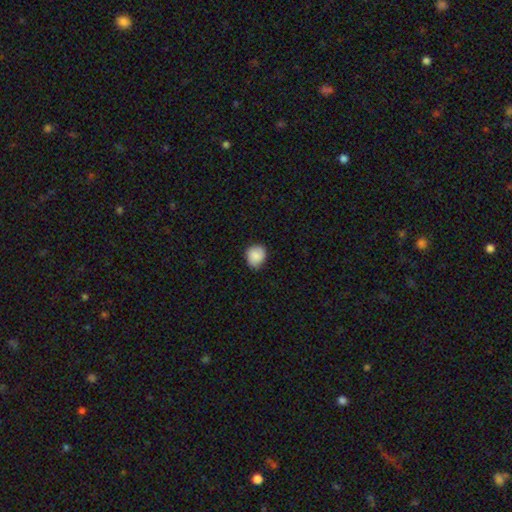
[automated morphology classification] type=smooth (85%); roundness=round (75%); merging=none (76%).